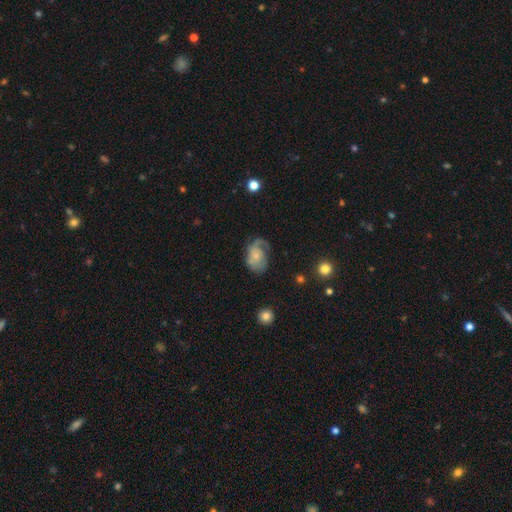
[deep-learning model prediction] This appears to be a featured or disk galaxy (57%) with no bar (75%), spiral arms (82%) and a small central bulge (54%). Merging: none (39%).